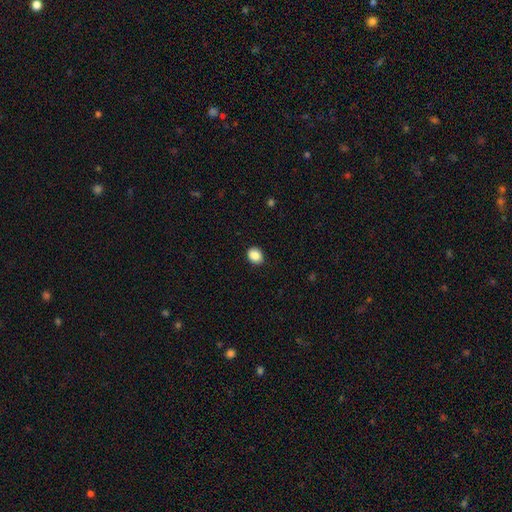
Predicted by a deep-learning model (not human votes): A smooth galaxy with no disk features (89%) that is round (52%).

Vote fractions:
- Smooth or featured? smooth: 89% / star or artifact: 8% / featured or disk: 3%
- How rounded? round: 52% / in between: 47% / cigar-shaped: 1%
- Merging? none: 90% / minor disturbance: 7% / major disturbance: 2% / merger: 1%